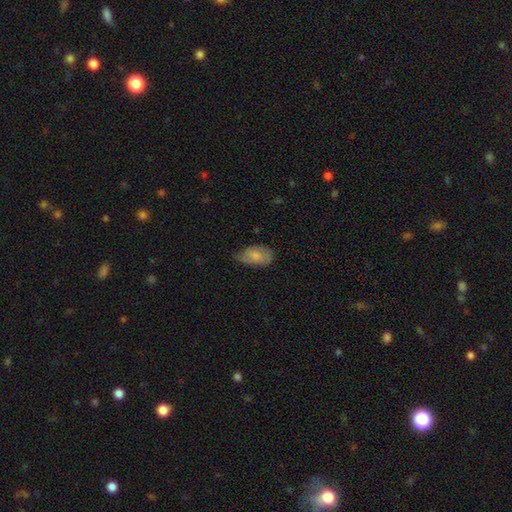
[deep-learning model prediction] This appears to be a smooth galaxy with no disk features (76%) that is in between round and cigar-shaped (93%). Merging: none (48%).